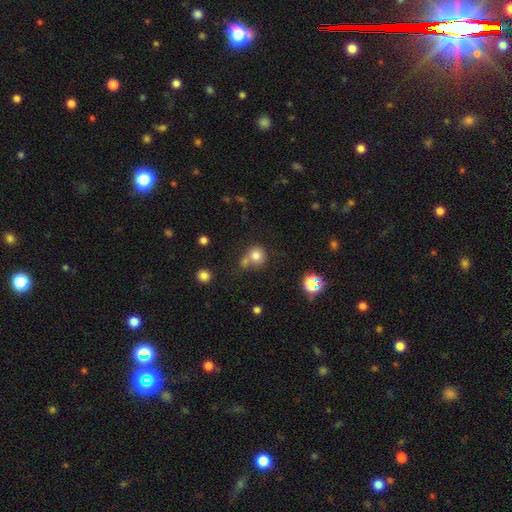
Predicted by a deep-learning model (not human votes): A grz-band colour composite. It shows a smooth galaxy with no disk features (78%) that is round (87%). Merging: none (51%).